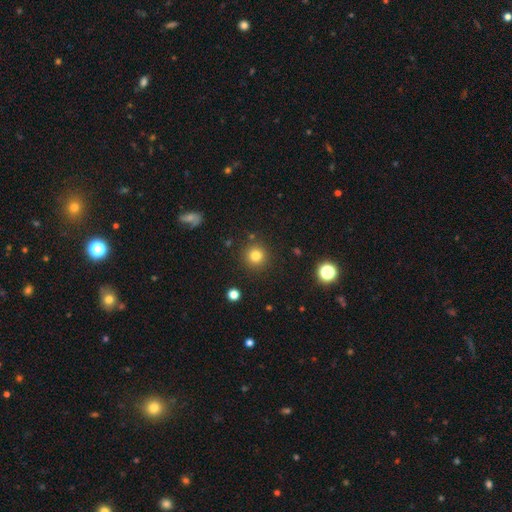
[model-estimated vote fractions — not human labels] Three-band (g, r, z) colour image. It shows a smooth galaxy with no disk features (81%) that is round (94%). Merging: none (89%).